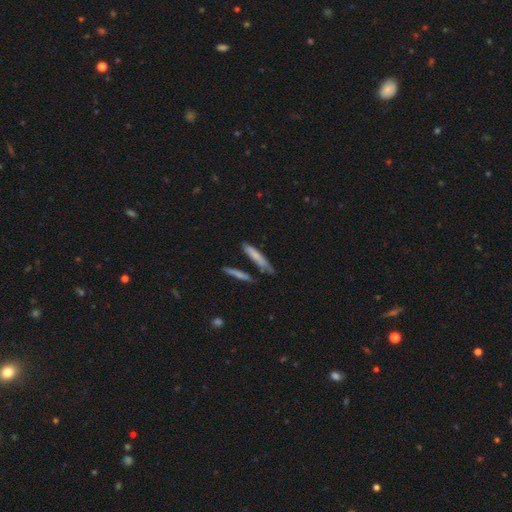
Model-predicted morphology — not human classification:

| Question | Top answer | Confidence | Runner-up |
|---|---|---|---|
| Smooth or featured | smooth | 67% | featured or disk (27%) |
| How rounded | cigar-shaped | 86% | in between (12%) |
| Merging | none | 65% | minor disturbance (19%) |